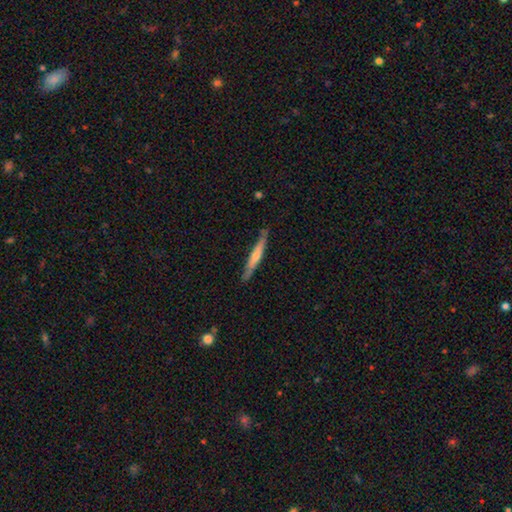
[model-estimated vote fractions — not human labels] smooth-or-featured: featured or disk: 62% | smooth: 32% | star or artifact: 6%
  disk-edge-on: yes: 96% | no: 4%
    edge-on-bulge: rounded: 62% | none: 30% | boxy: 8%
  merging: none: 87% | minor disturbance: 10% | major disturbance: 2% | merger: 1%